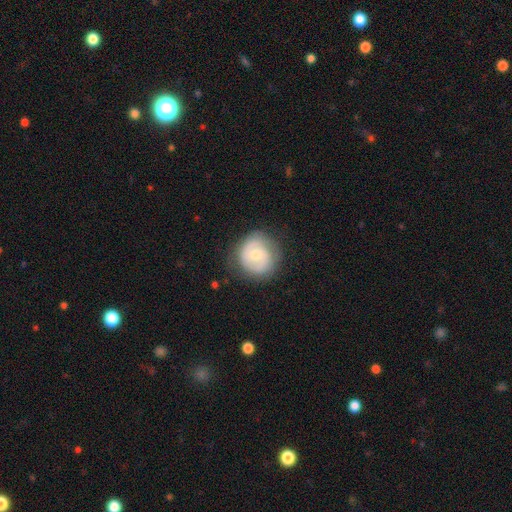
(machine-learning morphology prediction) Q: Smooth or featured?
A: featured or disk (63%); runner-up: smooth (31%)
Q: Edge-on disk?
A: no (98%); runner-up: yes (2%)
Q: Bar?
A: no (63%); runner-up: weak (31%)
Q: Spiral arms?
A: yes (83%); runner-up: no (17%)
Q: Spiral winding?
A: tight (50%); runner-up: medium (37%)
Q: Spiral arm count?
A: 2 (67%); runner-up: can't tell (16%)
Q: Bulge size?
A: moderate (52%); runner-up: small (42%)
Q: Merging?
A: none (78%); runner-up: minor disturbance (15%)